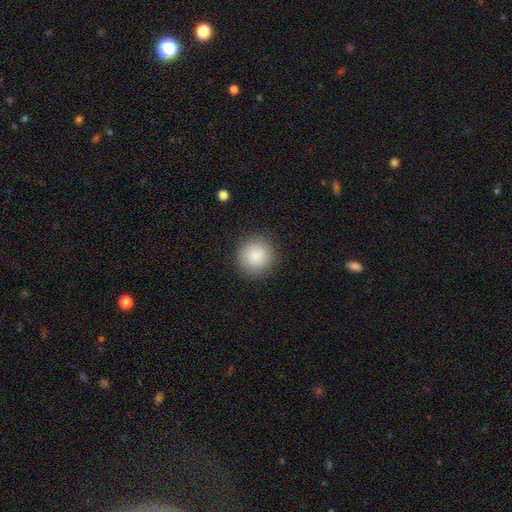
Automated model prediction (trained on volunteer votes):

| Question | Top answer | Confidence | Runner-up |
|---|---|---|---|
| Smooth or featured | smooth | 88% | star or artifact (7%) |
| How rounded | round | 93% | in between (6%) |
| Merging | none | 90% | minor disturbance (7%) |